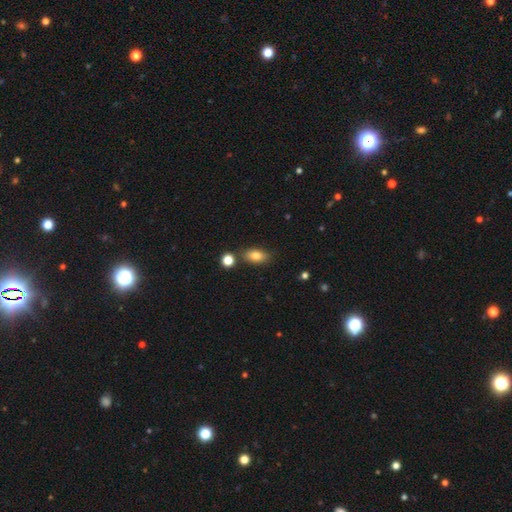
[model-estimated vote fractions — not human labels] A smooth galaxy with no disk features (81%) that is in between round and cigar-shaped (86%). Merging: none (79%).